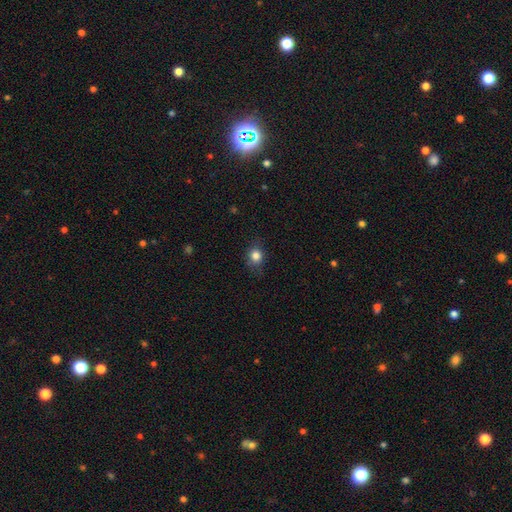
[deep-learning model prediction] Smooth or featured: smooth — 82% (star or artifact — 11%)
How rounded: round — 66% (in between — 32%)
Merging: none — 77% (minor disturbance — 17%)